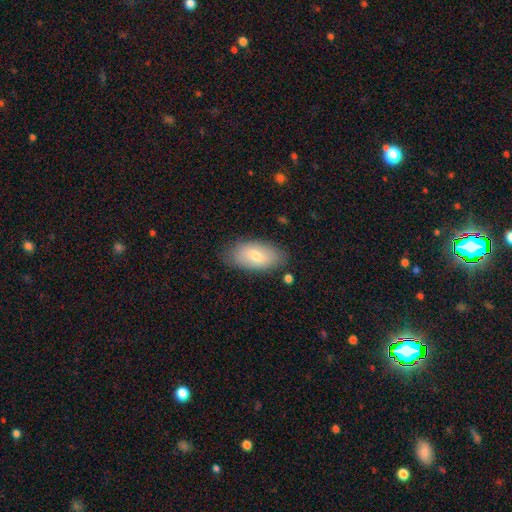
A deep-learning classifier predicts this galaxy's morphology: smooth-or-featured: smooth: 74% | featured or disk: 20% | star or artifact: 7%
  how-rounded: in between: 93% | round: 4% | cigar-shaped: 3%
  merging: none: 80% | minor disturbance: 15% | major disturbance: 3% | merger: 2%